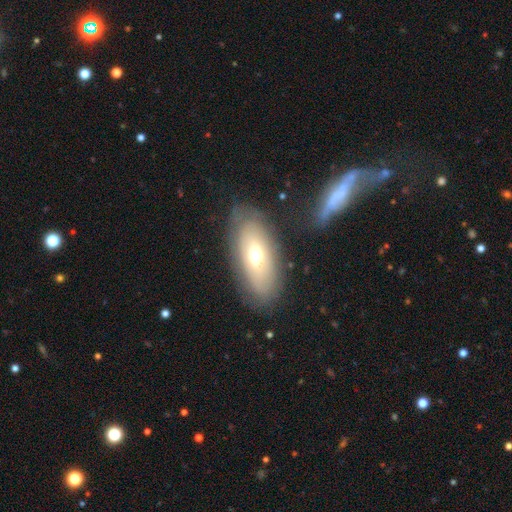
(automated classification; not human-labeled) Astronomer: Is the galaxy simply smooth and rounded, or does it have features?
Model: smooth — 51% (runner-up: featured or disk, 42%).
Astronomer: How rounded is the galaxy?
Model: in between — 87%.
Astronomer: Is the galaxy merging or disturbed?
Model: none — 78%.